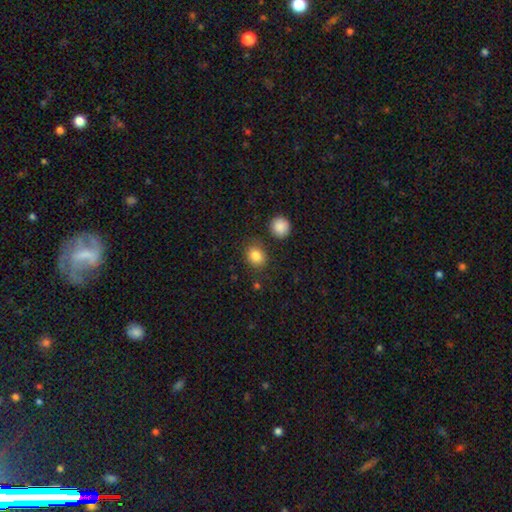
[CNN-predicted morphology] smooth-or-featured: smooth: 85% | star or artifact: 10% | featured or disk: 5%
  how-rounded: round: 57% | in between: 42% | cigar-shaped: 1%
  merging: none: 78% | minor disturbance: 12% | merger: 6% | major disturbance: 4%